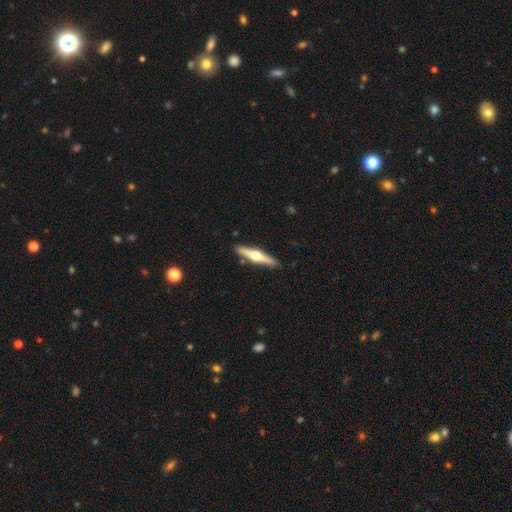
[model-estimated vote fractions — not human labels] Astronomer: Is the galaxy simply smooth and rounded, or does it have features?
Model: featured or disk — 67%.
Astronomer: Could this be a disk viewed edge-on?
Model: yes — 97%.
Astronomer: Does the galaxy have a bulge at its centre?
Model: rounded — 95%.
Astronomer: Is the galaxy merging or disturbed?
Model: none — 89%.